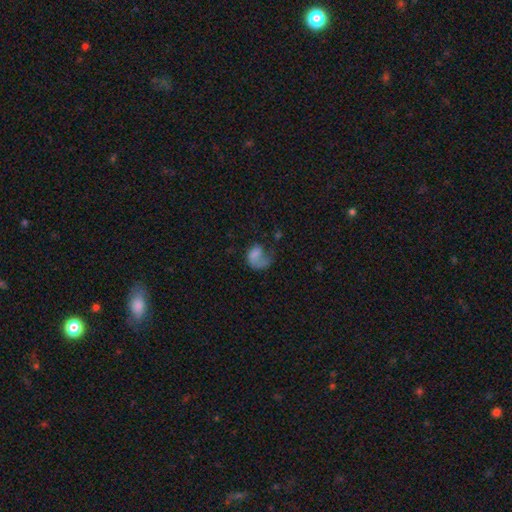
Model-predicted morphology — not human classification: smooth_or_featured: smooth (p=0.49) [alt: featured or disk p=0.41]
merging: major disturbance (p=0.52) [alt: none p=0.27]